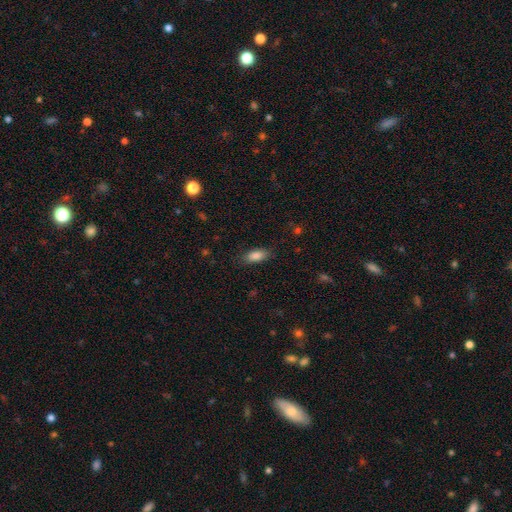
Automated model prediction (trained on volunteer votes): A smooth galaxy with no disk features (86%) that is in between round and cigar-shaped (84%). Merging: none (83%).